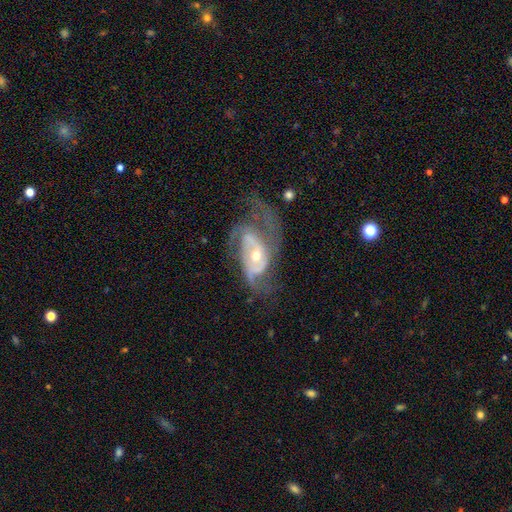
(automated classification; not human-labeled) This is clearly a featured or disk galaxy (84%). It is clearly not viewed edge-on (96%). Bar: likely no (61%). Spiral arm pattern: clearly yes (90%). Spiral arm count: possibly 2 (48%). Spiral winding: possibly medium (45%). Central bulge: possibly moderate (58%). Merging: marginally major disturbance (40%).